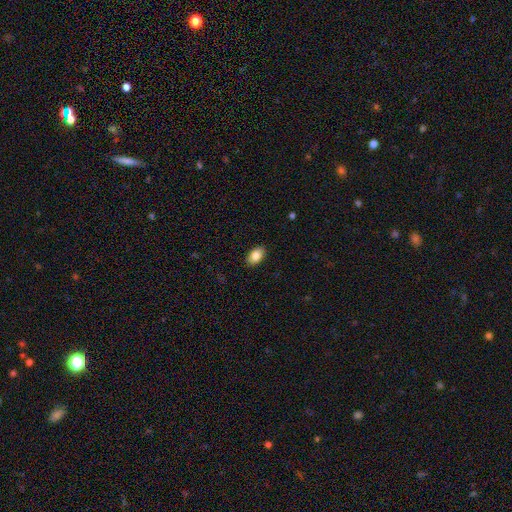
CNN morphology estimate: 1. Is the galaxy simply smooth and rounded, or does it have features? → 87% smooth, 7% star or artifact, 6% featured or disk.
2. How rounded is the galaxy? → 91% in between, 7% round, 1% cigar-shaped.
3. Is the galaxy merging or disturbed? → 89% none, 8% minor disturbance, 2% major disturbance, 1% merger.